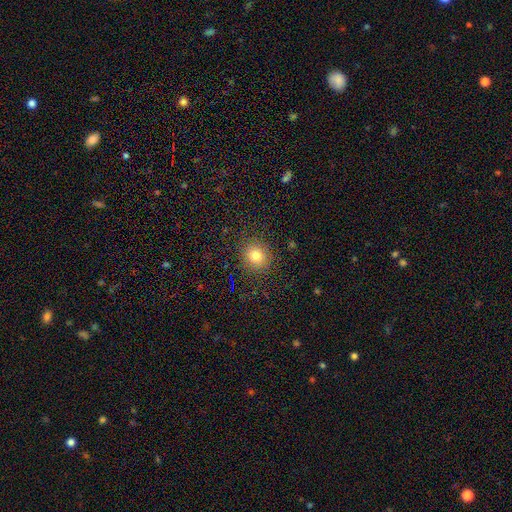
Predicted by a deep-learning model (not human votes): Smooth or featured?
  - smooth: 79% *
  - star or artifact: 14%
  - featured or disk: 7%
How rounded?
  - round: 84% *
  - in between: 15%
  - cigar-shaped: 1%
Merging?
  - none: 89% *
  - minor disturbance: 7%
  - major disturbance: 3%
  - merger: 1%